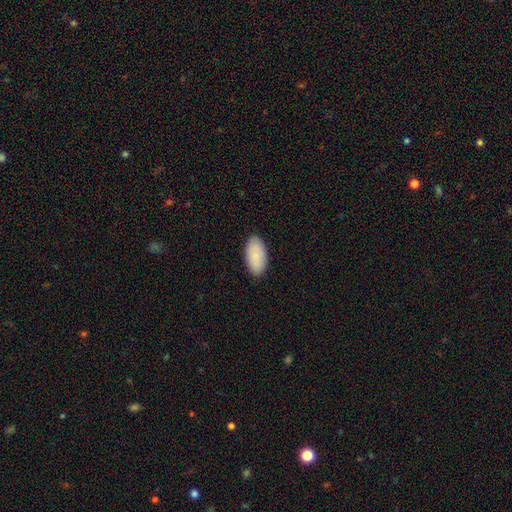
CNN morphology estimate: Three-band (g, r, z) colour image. It shows a smooth galaxy with no disk features (84%) that is in between round and cigar-shaped (96%). Merging: none (87%).